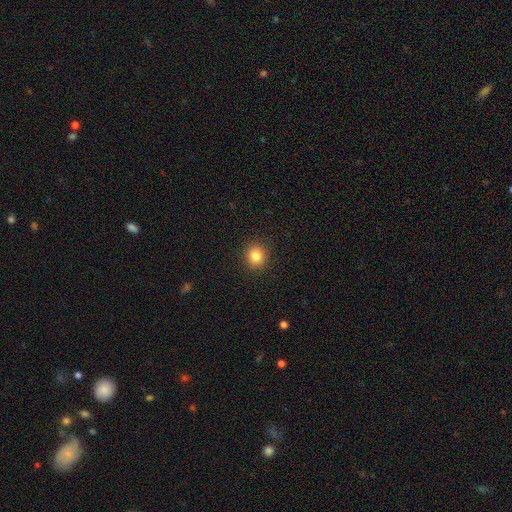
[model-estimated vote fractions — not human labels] Q: Smooth or featured?
A: smooth (84%); runner-up: star or artifact (11%)
Q: How rounded?
A: round (85%); runner-up: in between (14%)
Q: Merging?
A: none (91%); runner-up: minor disturbance (6%)